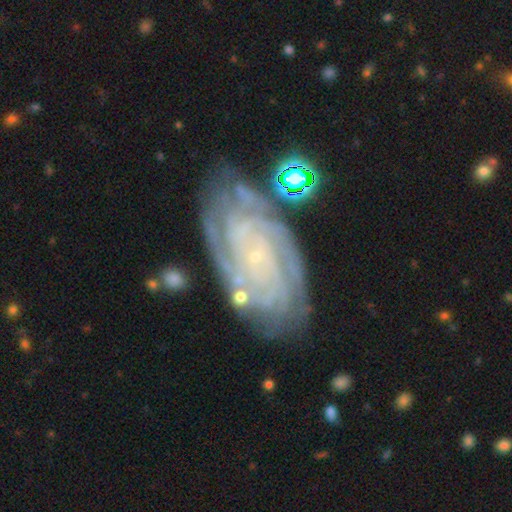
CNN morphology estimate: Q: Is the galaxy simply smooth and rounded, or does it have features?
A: featured or disk — 89%.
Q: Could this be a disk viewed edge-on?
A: no — 96%.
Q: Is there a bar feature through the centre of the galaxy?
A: no — 74%.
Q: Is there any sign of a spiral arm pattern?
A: yes — 98%.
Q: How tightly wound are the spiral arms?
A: tight — 83%.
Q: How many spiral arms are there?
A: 4 — 24%.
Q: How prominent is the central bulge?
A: small — 88%.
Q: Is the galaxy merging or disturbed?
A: none — 76%.